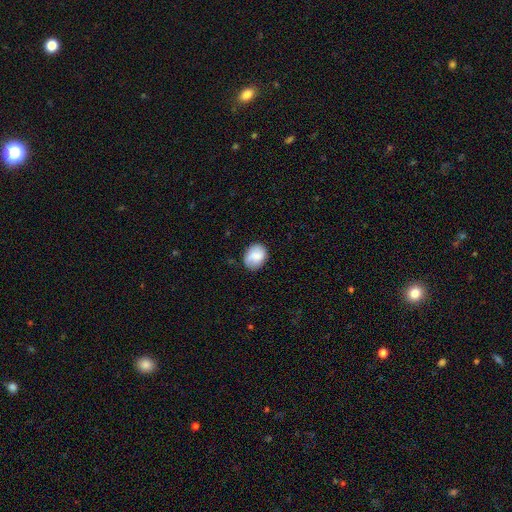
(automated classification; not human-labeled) smooth_or_featured: smooth (p=0.80) [alt: featured or disk p=0.13]
how_rounded: round (p=0.50) [alt: in between p=0.49]
merging: none (p=0.75) [alt: minor disturbance p=0.20]